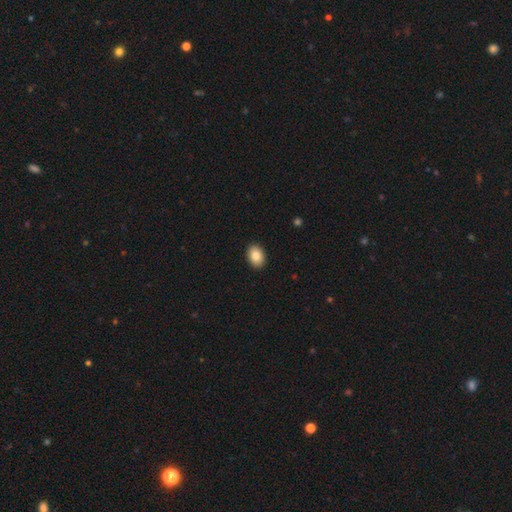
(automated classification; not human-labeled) Smooth or featured? smooth (86%)
How rounded? in between (76%)
Merging? none (92%)